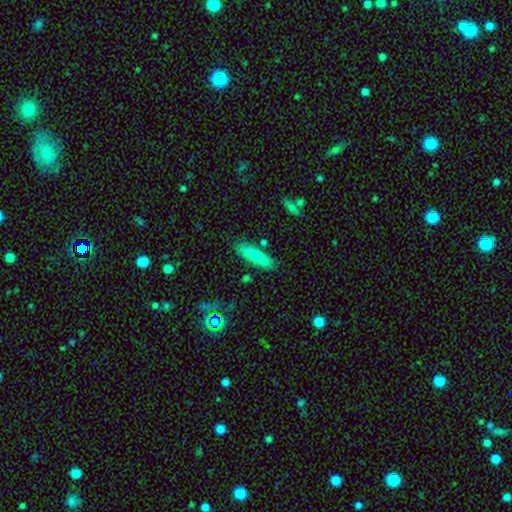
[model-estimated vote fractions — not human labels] A smooth galaxy with no disk features (79%) that is cigar-shaped (72%).

Vote fractions:
- Smooth or featured? smooth: 79% / featured or disk: 14% / star or artifact: 7%
- How rounded? cigar-shaped: 72% / in between: 27% / round: 2%
- Merging? none: 82% / minor disturbance: 12% / merger: 4% / major disturbance: 2%